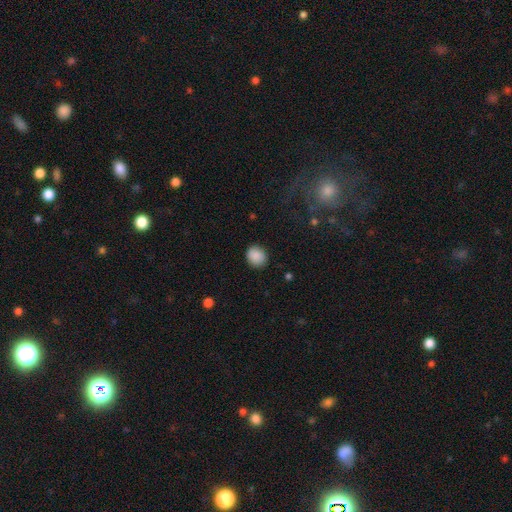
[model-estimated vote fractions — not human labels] A smooth galaxy with no disk features (88%) that is round (69%).

Vote fractions:
- Smooth or featured? smooth: 88% / star or artifact: 8% / featured or disk: 4%
- How rounded? round: 69% / in between: 30% / cigar-shaped: 1%
- Merging? none: 87% / minor disturbance: 10% / major disturbance: 3% / merger: 1%